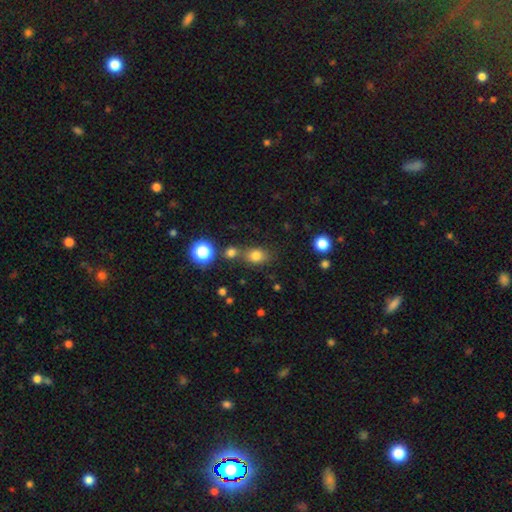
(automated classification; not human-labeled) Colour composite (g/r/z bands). It shows a smooth galaxy with no disk features (78%) that is in between round and cigar-shaped (55%). Merging: none (63%).